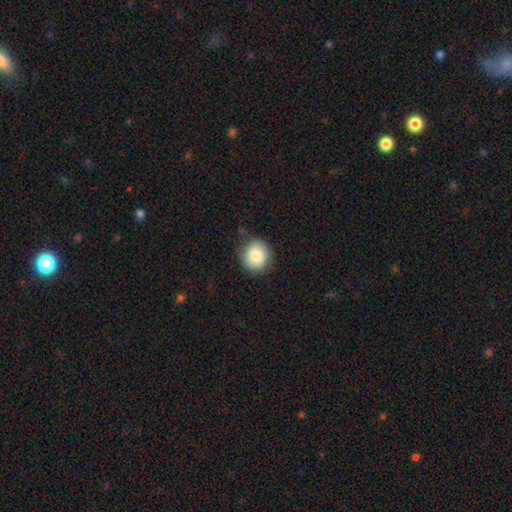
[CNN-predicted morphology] This appears to be a smooth galaxy with no disk features (76%) that is round (87%). Merging: none (80%).